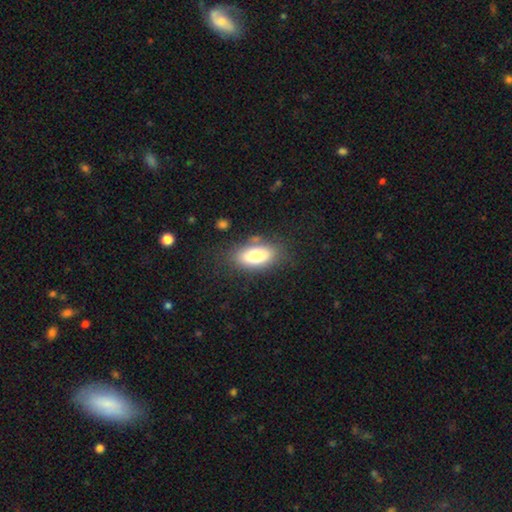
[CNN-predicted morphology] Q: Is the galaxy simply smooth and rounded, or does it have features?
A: smooth — 78%.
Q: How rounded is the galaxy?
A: in between — 88%.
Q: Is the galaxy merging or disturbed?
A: none — 75%.